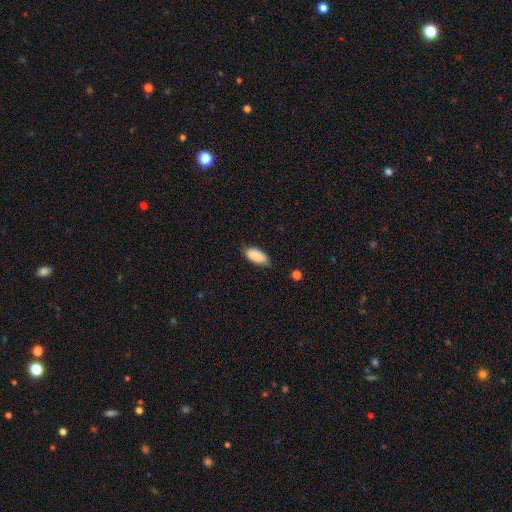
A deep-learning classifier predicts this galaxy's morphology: Smooth or featured? Predicted: smooth (p=0.88). How rounded? Predicted: in between (p=0.90). Merging? Predicted: none (p=0.72).